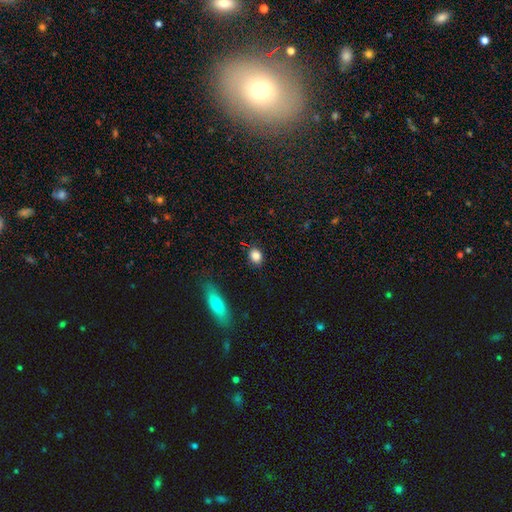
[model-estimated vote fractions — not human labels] A smooth galaxy with no disk features (84%) that is round (53%). Merging: none (86%).